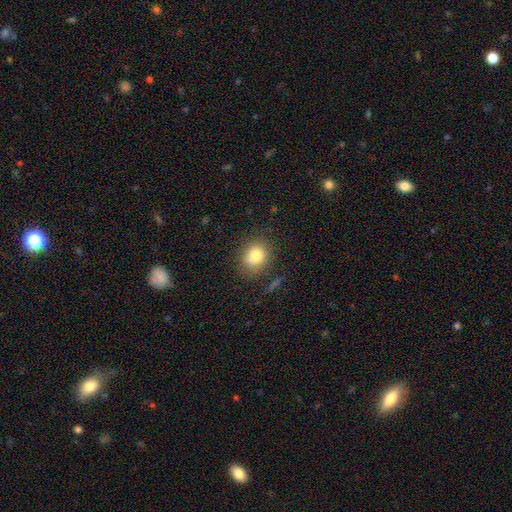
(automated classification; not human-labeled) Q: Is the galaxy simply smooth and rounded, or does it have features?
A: smooth — 79%.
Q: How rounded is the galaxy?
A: round — 65%.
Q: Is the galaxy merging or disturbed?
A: none — 79%.